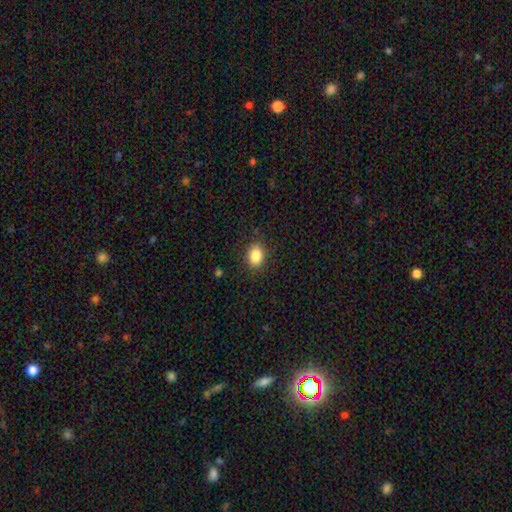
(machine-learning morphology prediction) Smooth or featured?
  - smooth: 86% *
  - star or artifact: 9%
  - featured or disk: 5%
How rounded?
  - in between: 65% *
  - round: 34%
  - cigar-shaped: 1%
Merging?
  - none: 87% *
  - minor disturbance: 9%
  - major disturbance: 3%
  - merger: 1%